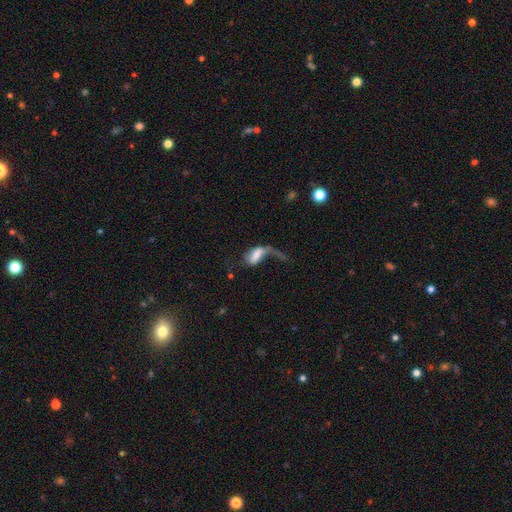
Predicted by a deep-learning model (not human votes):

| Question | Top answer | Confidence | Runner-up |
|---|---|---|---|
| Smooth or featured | smooth | 48% | featured or disk (43%) |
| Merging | major disturbance | 57% | none (18%) |